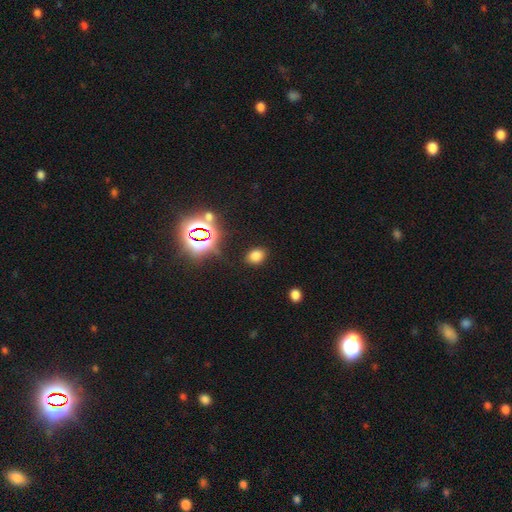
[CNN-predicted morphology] type=smooth (71%); roundness=in between (66%); merging=none (84%).